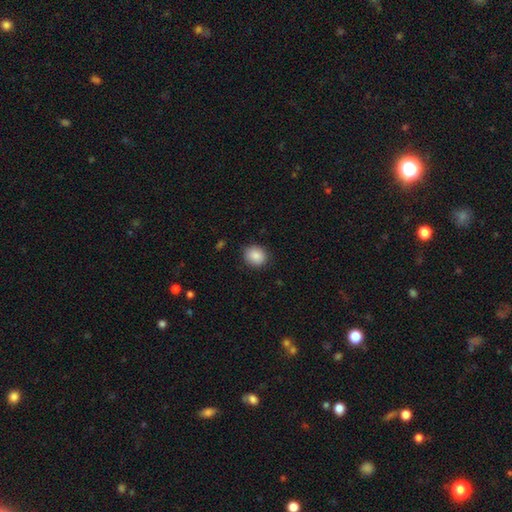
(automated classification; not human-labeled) A smooth galaxy with no disk features (88%) that is round (71%).

Vote fractions:
- Smooth or featured? smooth: 88% / star or artifact: 8% / featured or disk: 5%
- How rounded? round: 71% / in between: 29% / cigar-shaped: 1%
- Merging? none: 85% / minor disturbance: 11% / major disturbance: 3% / merger: 1%